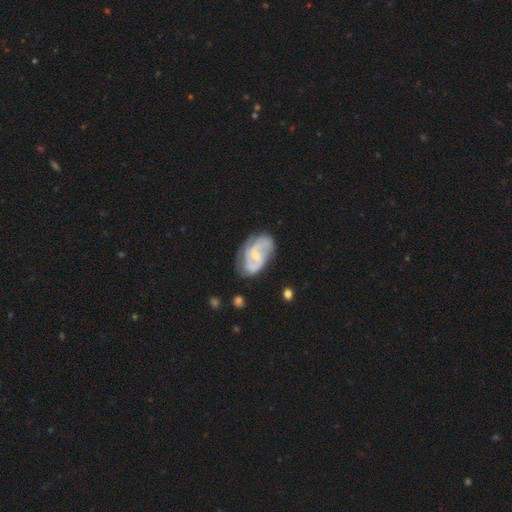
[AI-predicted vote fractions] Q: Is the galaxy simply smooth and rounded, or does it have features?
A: featured or disk — 79%.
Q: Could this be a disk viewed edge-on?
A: no — 97%.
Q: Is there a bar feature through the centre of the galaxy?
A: weak — 49%.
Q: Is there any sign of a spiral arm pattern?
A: yes — 90%.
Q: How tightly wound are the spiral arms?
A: medium — 46%.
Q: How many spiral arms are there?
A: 2 — 64%.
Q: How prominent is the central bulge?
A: small — 59%.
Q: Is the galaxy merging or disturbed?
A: none — 61%.